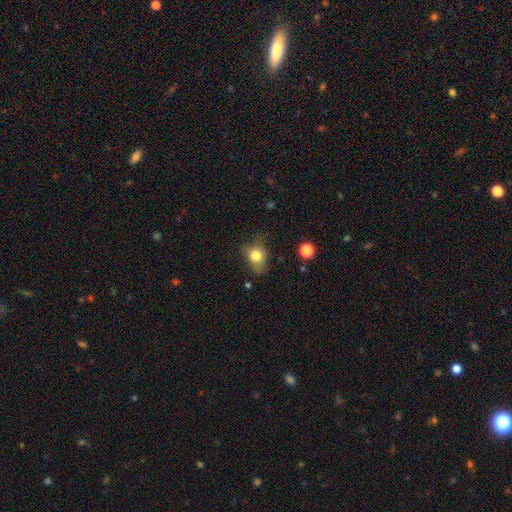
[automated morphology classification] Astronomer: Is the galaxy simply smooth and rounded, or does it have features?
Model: smooth — 77%.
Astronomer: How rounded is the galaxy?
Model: in between — 52% (runner-up: round, 47%).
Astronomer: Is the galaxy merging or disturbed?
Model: none — 57%.